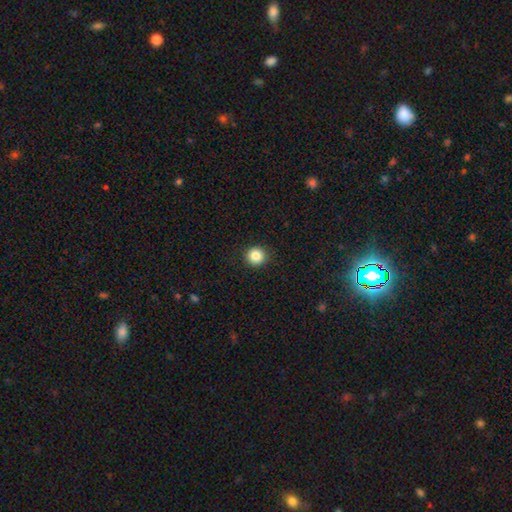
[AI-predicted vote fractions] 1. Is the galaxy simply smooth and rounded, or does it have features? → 85% smooth, 10% star or artifact, 5% featured or disk.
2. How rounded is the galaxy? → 93% round, 6% in between, 1% cigar-shaped.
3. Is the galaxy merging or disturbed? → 92% none, 6% minor disturbance, 2% major disturbance, 1% merger.